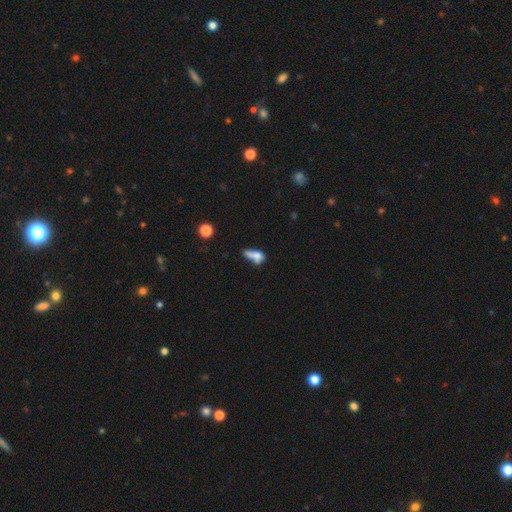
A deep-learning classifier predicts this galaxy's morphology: A smooth galaxy with no disk features (61%) that is in between round and cigar-shaped (67%). Merging: merger (40%).